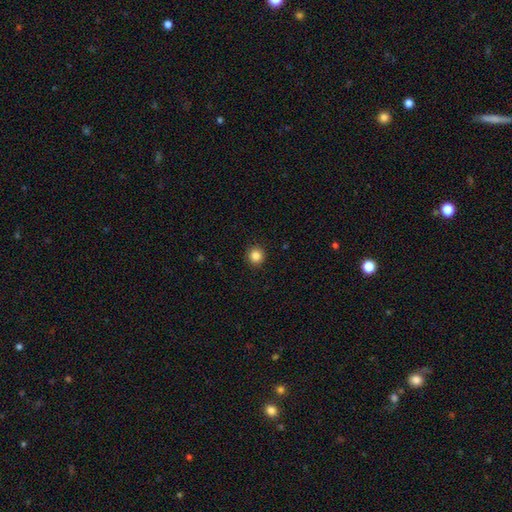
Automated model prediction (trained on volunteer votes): Morphology: type=smooth (85%); roundness=round (94%); merging=none (92%).